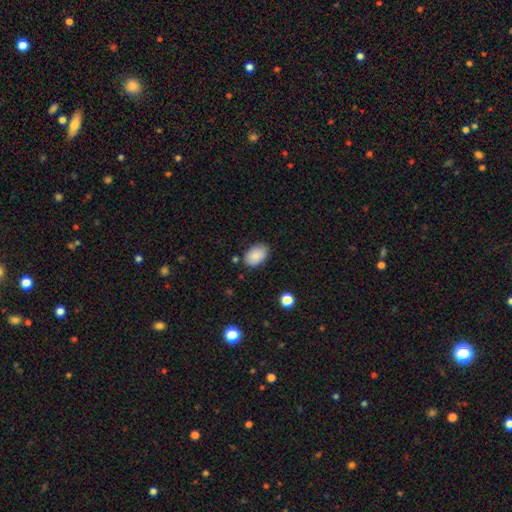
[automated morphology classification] smooth 87%, star or artifact 7%, featured or disk 6%. Down the decision tree: how rounded — in between (89%); merging — none (80%).